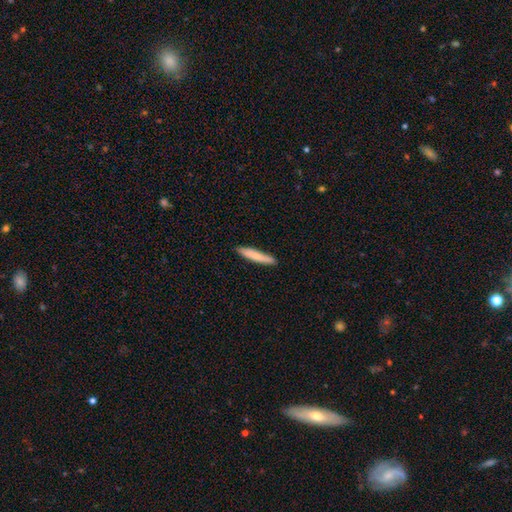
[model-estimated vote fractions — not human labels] Smooth or featured: smooth — 76% (featured or disk — 19%)
How rounded: cigar-shaped — 91% (in between — 7%)
Merging: none — 89% (minor disturbance — 8%)